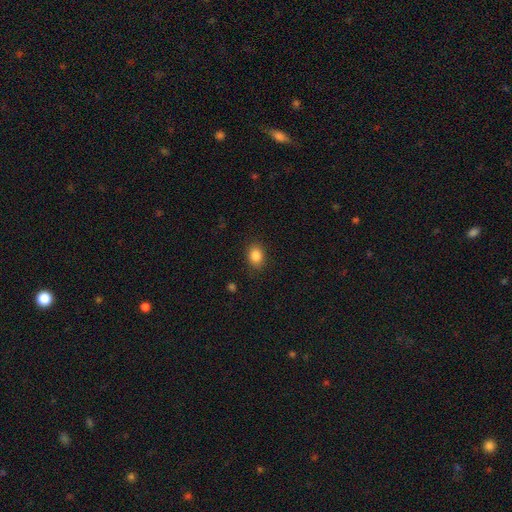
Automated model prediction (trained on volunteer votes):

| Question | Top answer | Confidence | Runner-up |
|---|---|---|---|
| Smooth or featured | smooth | 86% | star or artifact (10%) |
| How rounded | in between | 61% | round (38%) |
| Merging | none | 87% | minor disturbance (9%) |